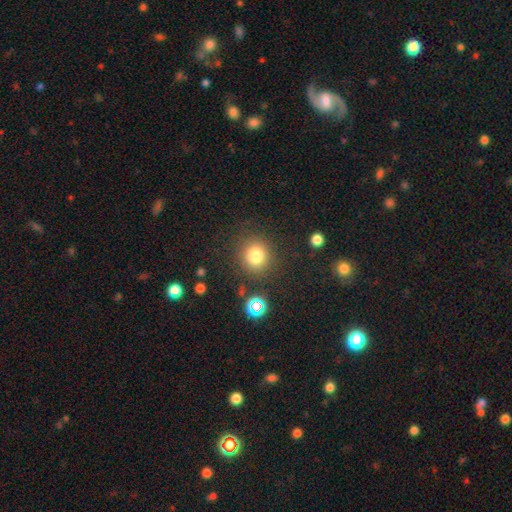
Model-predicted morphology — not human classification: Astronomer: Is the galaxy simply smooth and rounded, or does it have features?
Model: smooth — 78%.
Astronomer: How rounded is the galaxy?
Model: round — 89%.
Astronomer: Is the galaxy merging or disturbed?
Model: none — 85%.